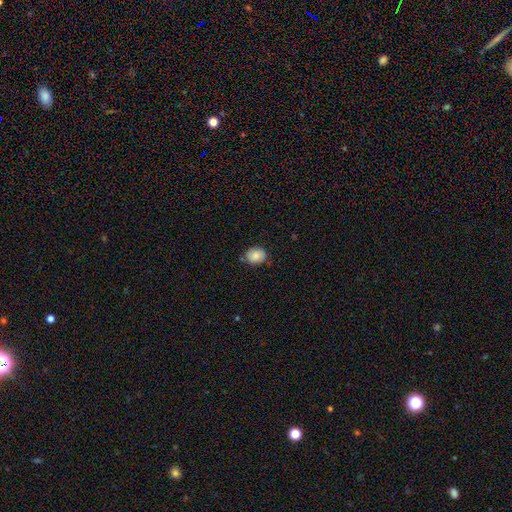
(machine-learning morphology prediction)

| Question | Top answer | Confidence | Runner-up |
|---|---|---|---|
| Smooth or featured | smooth | 85% | star or artifact (8%) |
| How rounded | round | 55% | in between (44%) |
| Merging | none | 77% | minor disturbance (17%) |